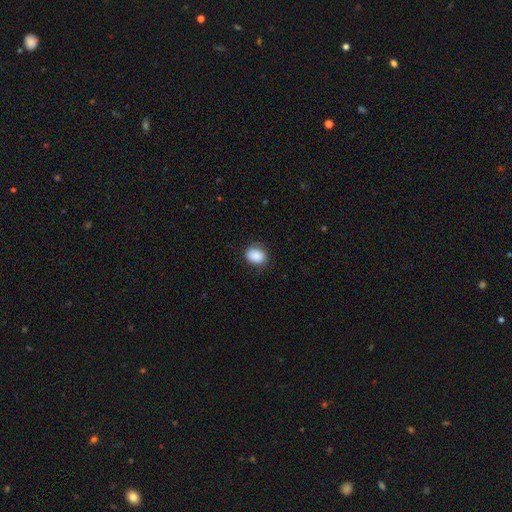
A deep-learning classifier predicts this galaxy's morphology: This is clearly a smooth galaxy (89%). How rounded: likely in between (63%). Merging: clearly none (82%).